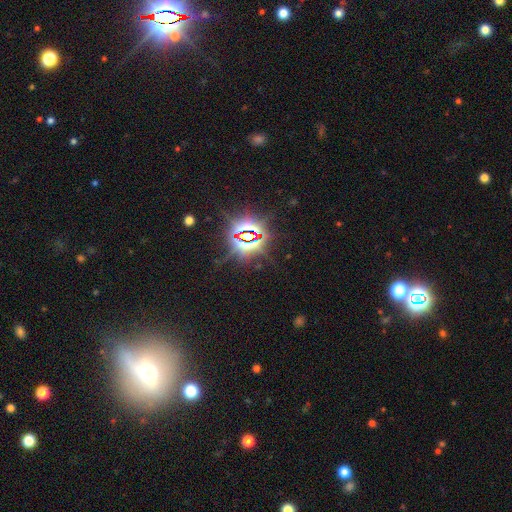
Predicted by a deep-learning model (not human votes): This appears to be a star or artifact, not a galaxy (73%).